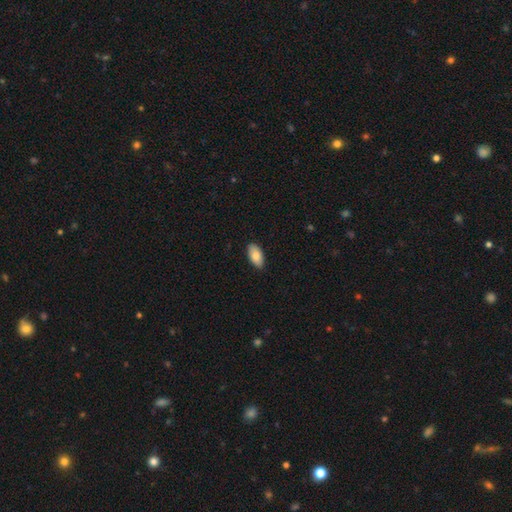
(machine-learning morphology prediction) This appears to be a smooth galaxy with no disk features (83%) that is in between round and cigar-shaped (94%). Merging: none (85%).